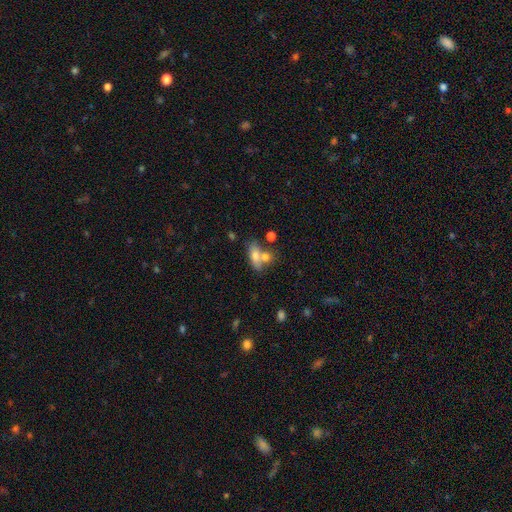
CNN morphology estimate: Smooth or featured? Predicted: smooth (p=0.69). How rounded? Predicted: in between (p=0.74). Merging? Predicted: merger (p=0.42).